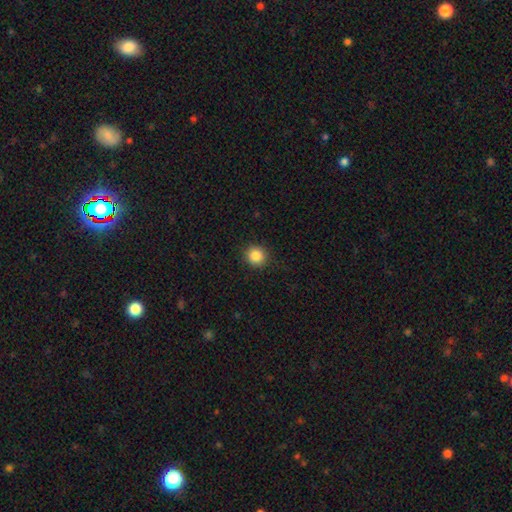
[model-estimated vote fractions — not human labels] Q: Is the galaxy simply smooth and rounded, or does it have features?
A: smooth — 86%.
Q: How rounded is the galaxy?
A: round — 92%.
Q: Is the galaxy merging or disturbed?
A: none — 91%.